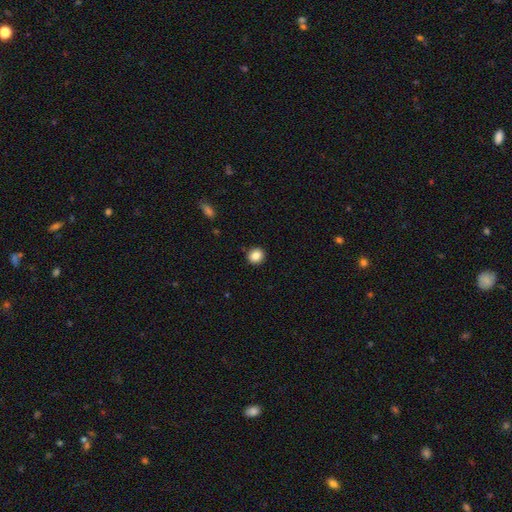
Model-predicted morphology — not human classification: Smooth or featured? smooth (86%)
How rounded? round (84%)
Merging? none (92%)